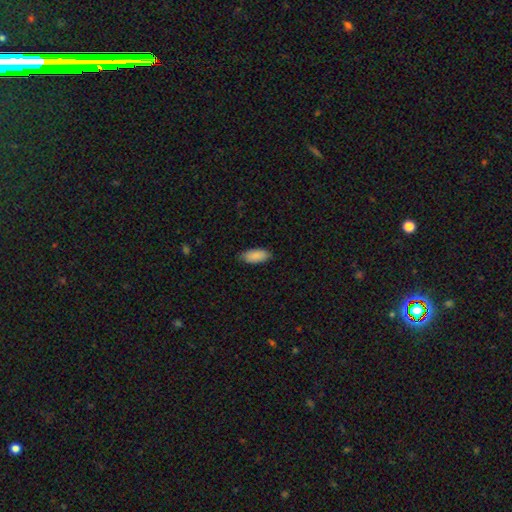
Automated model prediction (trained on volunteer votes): The model was most divided on "merging": none: 83%, minor disturbance: 14%, major disturbance: 2%, merger: 1%. More confident: smooth or featured — smooth (90%); how rounded — in between (89%).